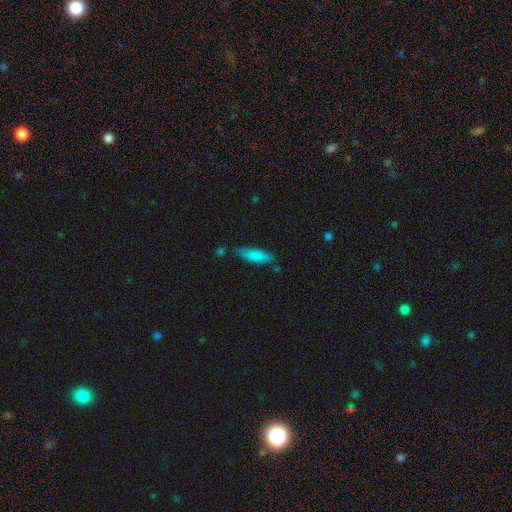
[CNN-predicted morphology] type=smooth (82%); roundness=cigar-shaped (64%); merging=none (77%).